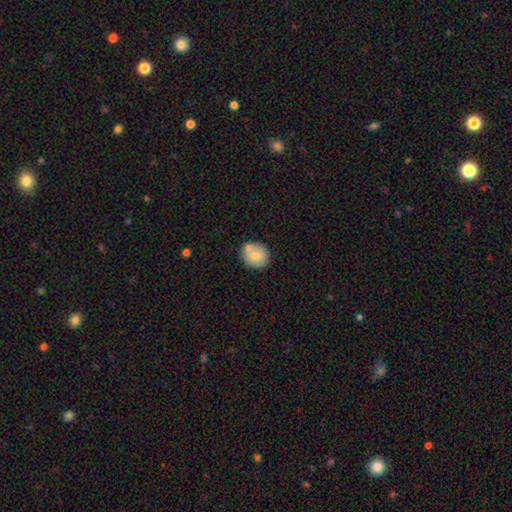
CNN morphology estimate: A smooth galaxy with no disk features (76%) that is round (80%). Merging: none (64%).